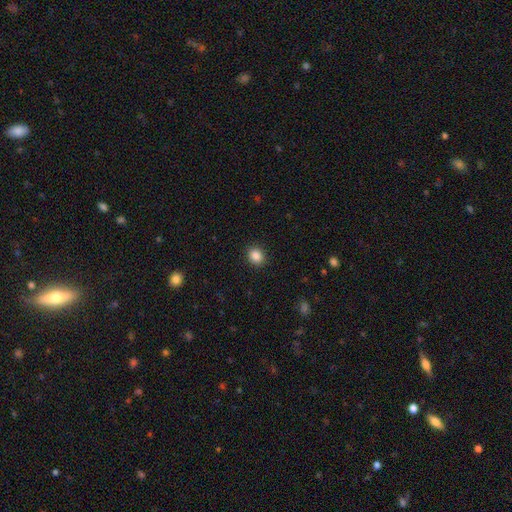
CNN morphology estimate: type=smooth (87%); roundness=round (63%); merging=none (91%).